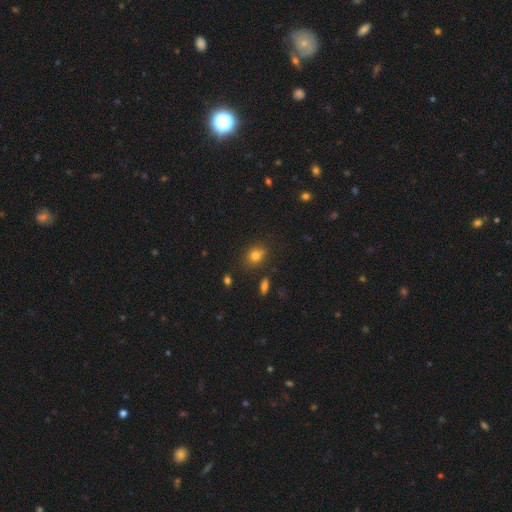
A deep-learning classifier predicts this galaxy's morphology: The model was most divided on "how rounded": round: 56%, in between: 42%, cigar-shaped: 1%. More confident: smooth or featured — smooth (79%); merging — none (77%).